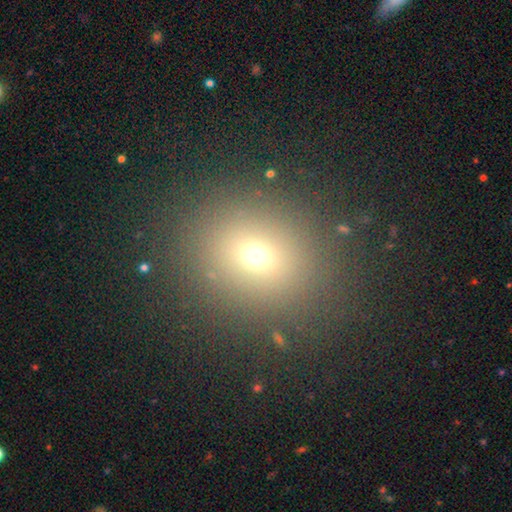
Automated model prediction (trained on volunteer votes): A smooth galaxy with no disk features (67%) that is round (71%). Merging: none (87%).